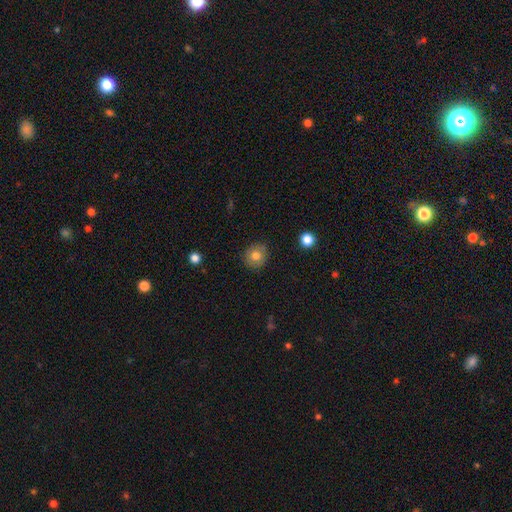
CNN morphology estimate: This is likely a smooth galaxy (78%). How rounded: clearly round (87%). Merging: clearly none (87%).